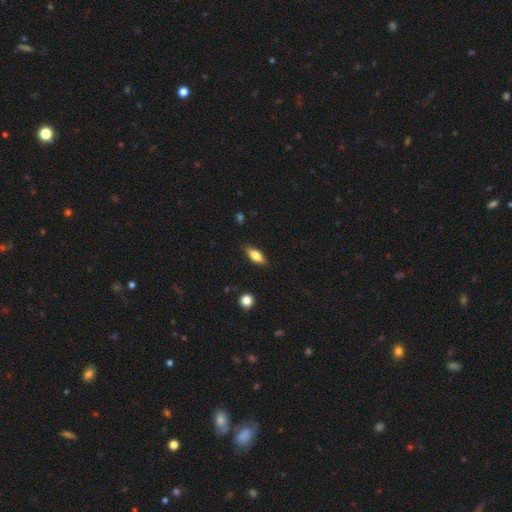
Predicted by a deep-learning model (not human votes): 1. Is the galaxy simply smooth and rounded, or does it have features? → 71% smooth, 22% featured or disk, 7% star or artifact.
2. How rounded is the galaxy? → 76% in between, 20% cigar-shaped, 3% round.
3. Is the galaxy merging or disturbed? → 85% none, 11% minor disturbance, 2% major disturbance, 1% merger.